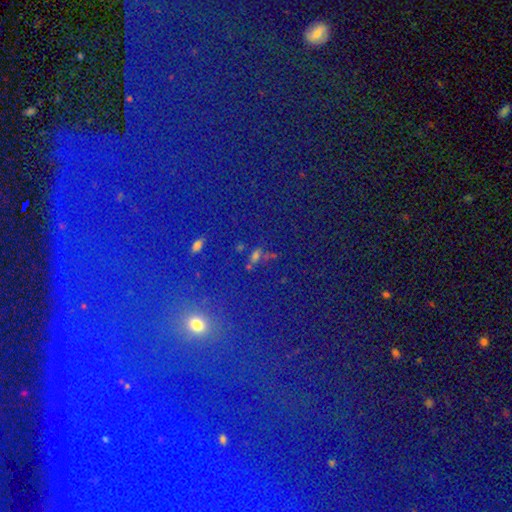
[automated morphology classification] star or artifact 47%, smooth 40%, featured or disk 12%.